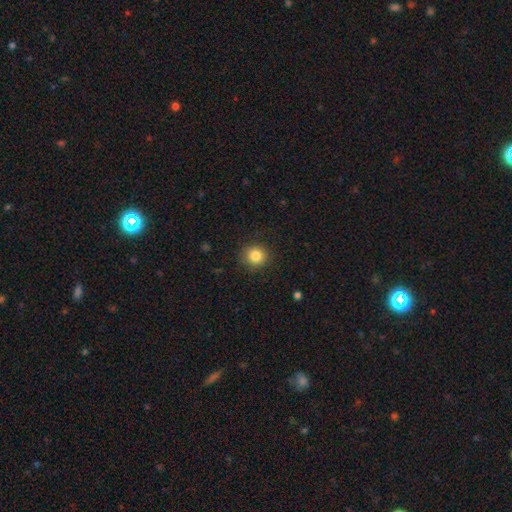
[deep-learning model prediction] A smooth galaxy with no disk features (84%) that is round (91%).

Vote fractions:
- Smooth or featured? smooth: 84% / star or artifact: 11% / featured or disk: 5%
- How rounded? round: 91% / in between: 8% / cigar-shaped: 1%
- Merging? none: 89% / minor disturbance: 8% / major disturbance: 2% / merger: 1%